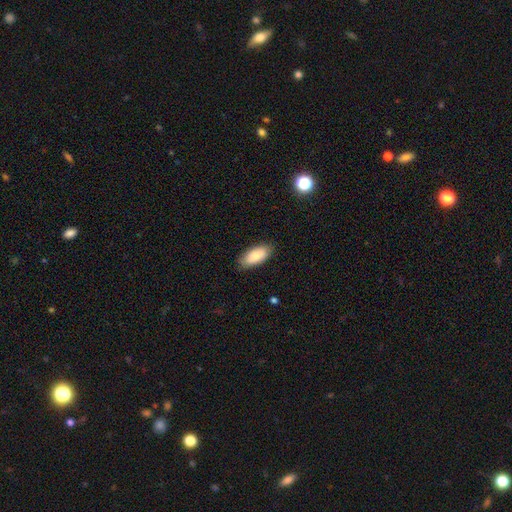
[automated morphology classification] smooth-or-featured: smooth: 85% | featured or disk: 9% | star or artifact: 6%
  how-rounded: in between: 89% | cigar-shaped: 9% | round: 2%
  merging: none: 85% | minor disturbance: 12% | major disturbance: 2% | merger: 1%